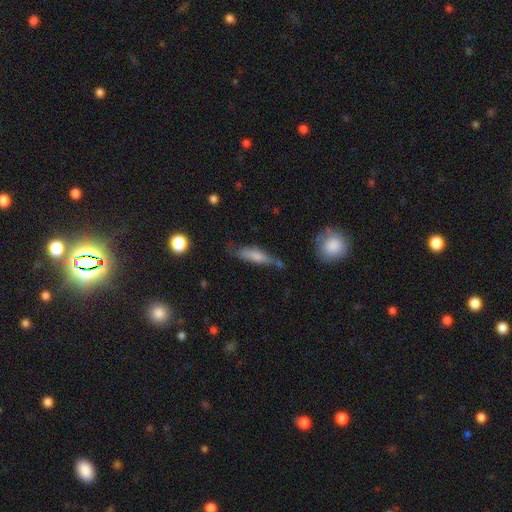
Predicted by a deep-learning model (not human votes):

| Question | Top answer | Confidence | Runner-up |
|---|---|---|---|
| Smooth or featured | smooth | 64% | featured or disk (28%) |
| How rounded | cigar-shaped | 62% | in between (35%) |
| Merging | none | 48% | minor disturbance (32%) |